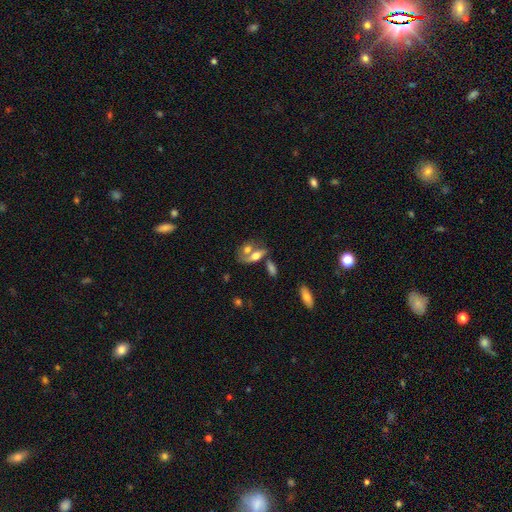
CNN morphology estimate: Smooth or featured? Predicted: smooth (p=0.52). How rounded? Predicted: in between (p=0.75). Merging? Predicted: merger (p=0.53).